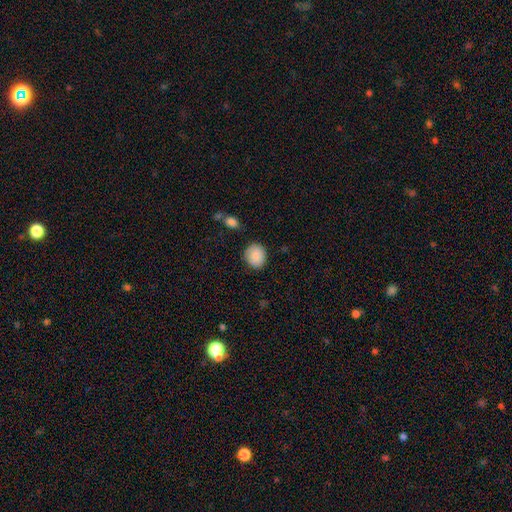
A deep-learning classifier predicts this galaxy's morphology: Smooth or featured: smooth — 89% (star or artifact — 7%)
How rounded: round — 79% (in between — 20%)
Merging: none — 86% (minor disturbance — 10%)